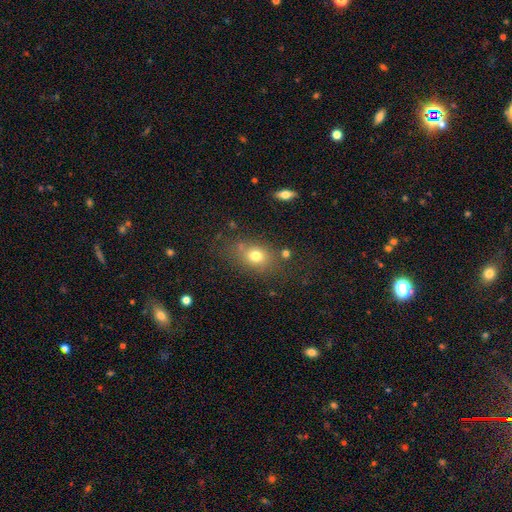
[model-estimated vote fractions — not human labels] The model was most divided on "how rounded": in between: 53%, round: 45%, cigar-shaped: 2%. More confident: smooth or featured — smooth (74%); merging — none (70%).